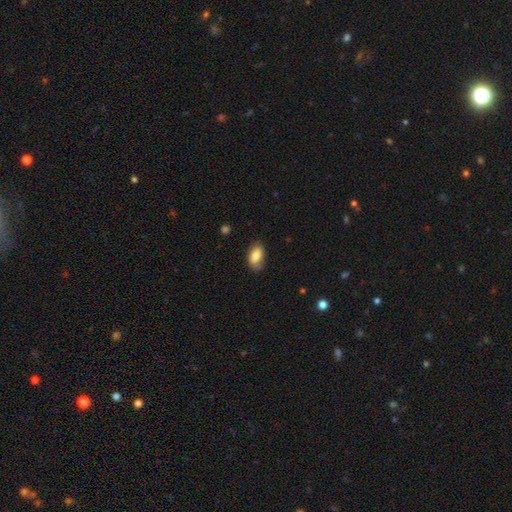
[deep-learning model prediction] Morphology: type=smooth (81%); roundness=in between (92%); merging=none (70%).